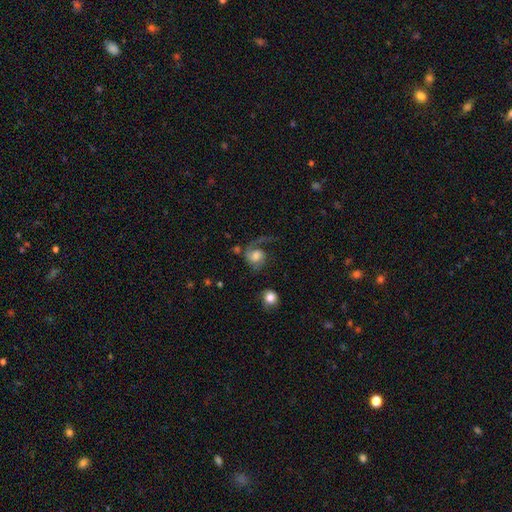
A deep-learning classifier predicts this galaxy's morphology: The model was most divided on "merging": major disturbance: 43%, none: 36%, minor disturbance: 15%, merger: 6%. Remaining: edge-on disk — no (98%); spiral arms — yes (92%); spiral arm count — 1 (71%); smooth or featured — featured or disk (68%); bar — no (65%); spiral winding — loose (51%); bulge size — moderate (40%).